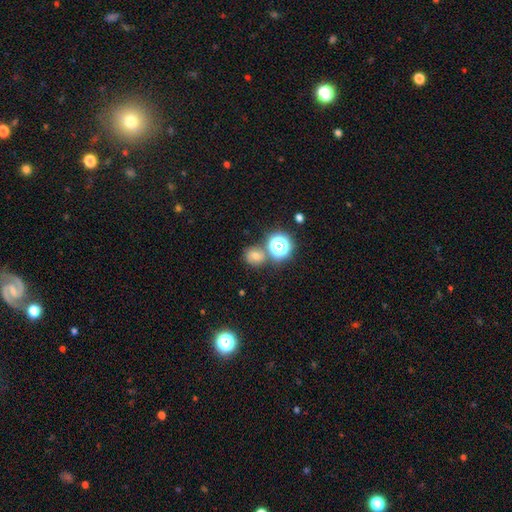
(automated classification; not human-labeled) Overall: smooth (61%; star or artifact 25%). How rounded: round (73%). Merging: none (67%).